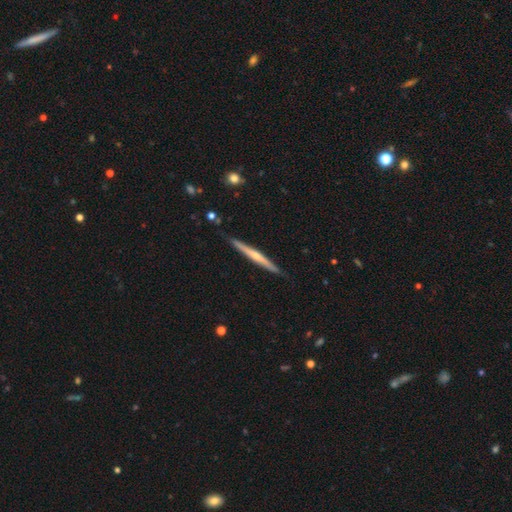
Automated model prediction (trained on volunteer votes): featured or disk 66%, smooth 29%, star or artifact 5%. Down the decision tree: edge-on disk — yes (98%); edge-on bulge — rounded (64%); merging — none (88%).